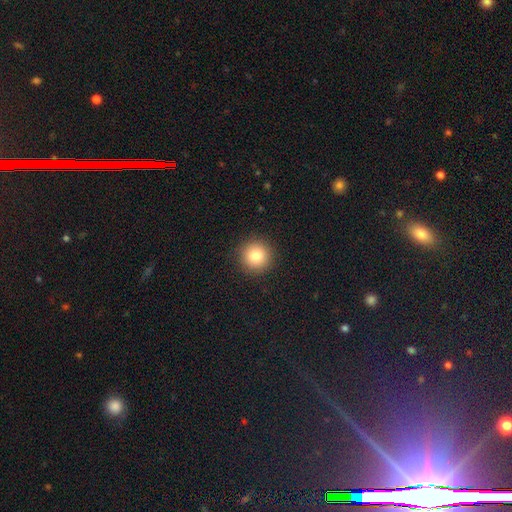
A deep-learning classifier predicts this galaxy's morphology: smooth-or-featured: smooth: 81% | star or artifact: 11% | featured or disk: 8%
  how-rounded: round: 95% | in between: 4% | cigar-shaped: 1%
  merging: none: 92% | minor disturbance: 5% | major disturbance: 2% | merger: 1%